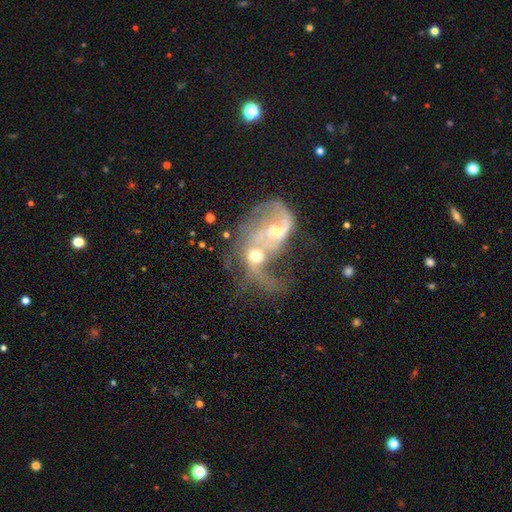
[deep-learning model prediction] featured or disk 65%, smooth 24%, star or artifact 11%. Down the decision tree: edge-on disk — no (96%); bar — no (71%); spiral arms — yes (61%); bulge size — moderate (54%); merging — merger (77%).